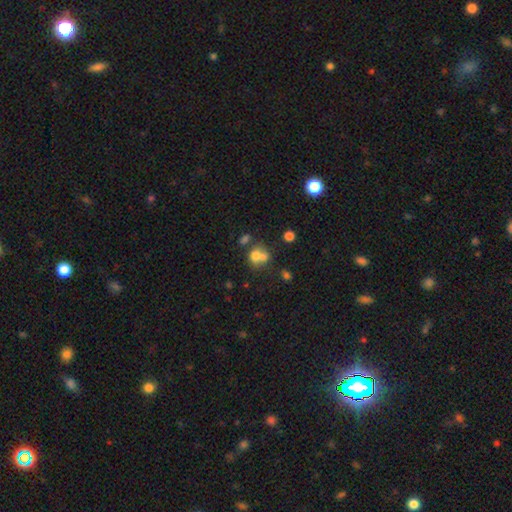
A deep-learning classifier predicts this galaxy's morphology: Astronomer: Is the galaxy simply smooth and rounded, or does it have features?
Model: smooth — 68%.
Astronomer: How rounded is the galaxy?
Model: round — 66%.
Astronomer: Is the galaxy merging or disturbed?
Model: merger — 55% (runner-up: none, 30%).